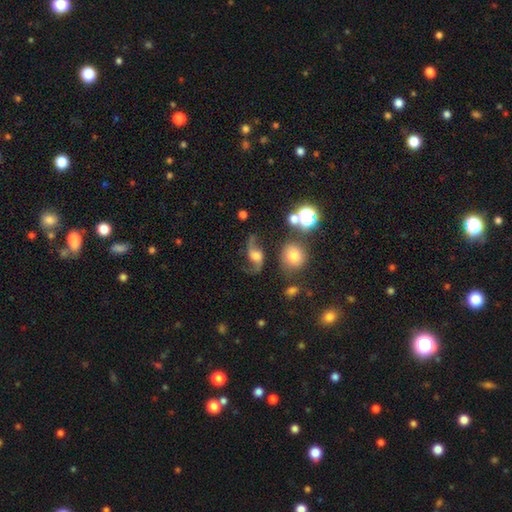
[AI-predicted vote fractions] The model was most divided on "bulge size": moderate: 36%, large: 31%, small: 15%, none: 10%, dominant: 6%. More confident: edge-on disk — no (95%); spiral arms — yes (94%); spiral arm count — 2 (92%); spiral winding — loose (85%); smooth or featured — featured or disk (74%); merging — none (62%); bar — no (57%).